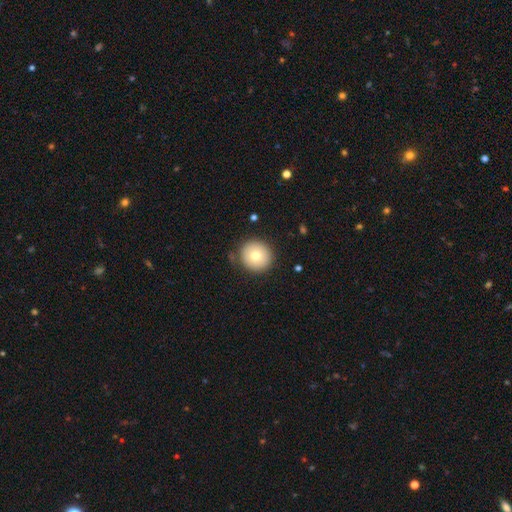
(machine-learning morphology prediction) A smooth galaxy with no disk features (75%) that is round (94%). Merging: none (85%).